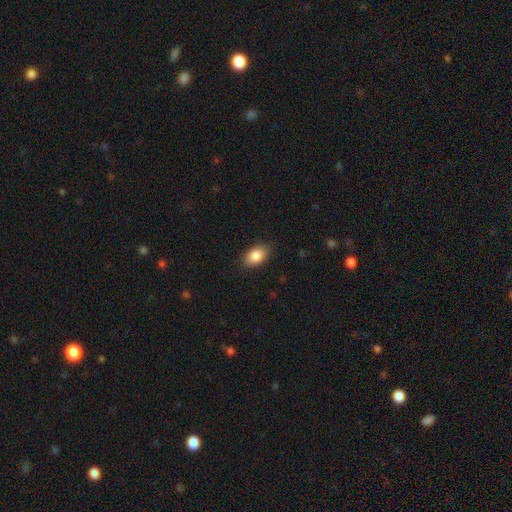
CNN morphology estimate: type=smooth (86%); roundness=in between (89%); merging=none (87%).